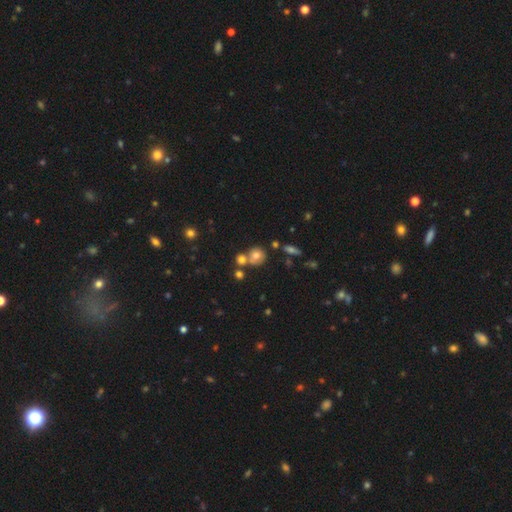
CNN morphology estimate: type=smooth (70%); roundness=round (84%); merging=none (57%).